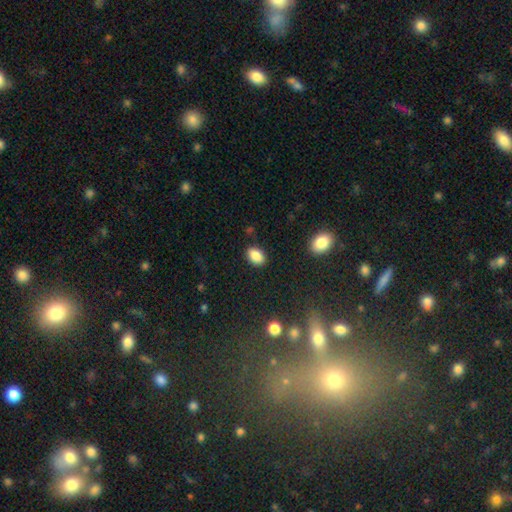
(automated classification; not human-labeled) smooth-or-featured: smooth: 86% | star or artifact: 9% | featured or disk: 5%
  how-rounded: in between: 84% | round: 14% | cigar-shaped: 1%
  merging: none: 86% | minor disturbance: 10% | major disturbance: 2% | merger: 2%